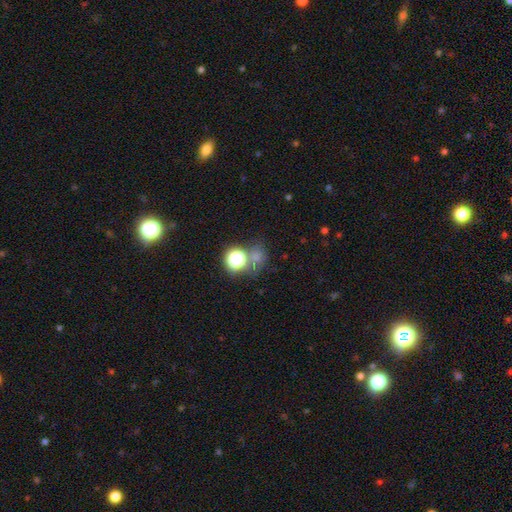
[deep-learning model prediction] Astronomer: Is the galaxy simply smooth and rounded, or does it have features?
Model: smooth — 47% (runner-up: star or artifact, 44%).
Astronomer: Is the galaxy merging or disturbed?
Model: none — 63%.